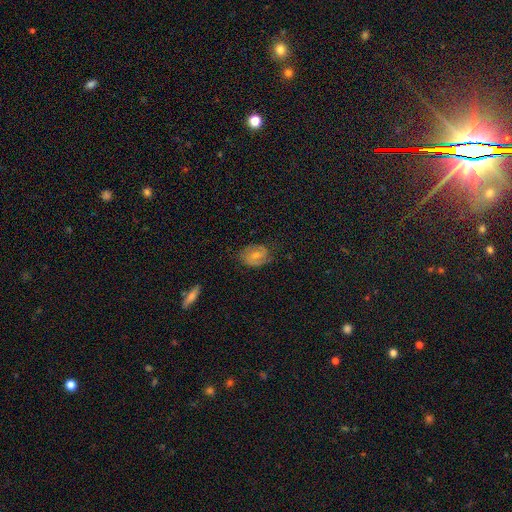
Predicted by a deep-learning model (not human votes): A featured or disk galaxy (52%). Merging: none (71%).